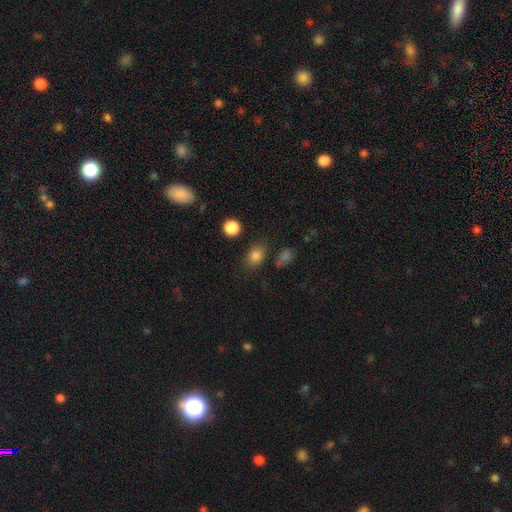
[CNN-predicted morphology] Smooth or featured: smooth — 82% (star or artifact — 13%)
How rounded: in between — 64% (round — 35%)
Merging: none — 76% (minor disturbance — 14%)